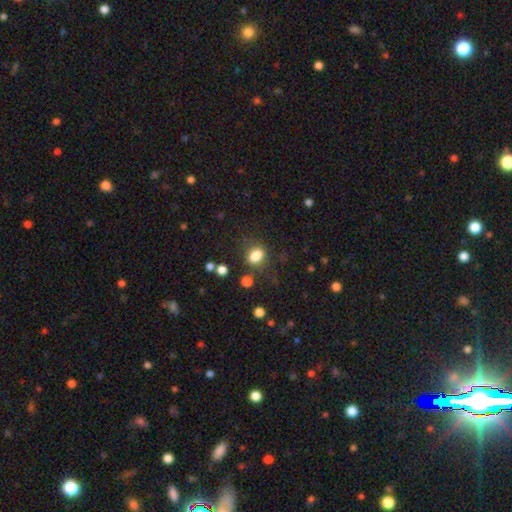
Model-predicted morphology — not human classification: The model was most divided on "how rounded": in between: 70%, round: 28%, cigar-shaped: 2%. More confident: smooth or featured — smooth (81%); merging — none (72%).